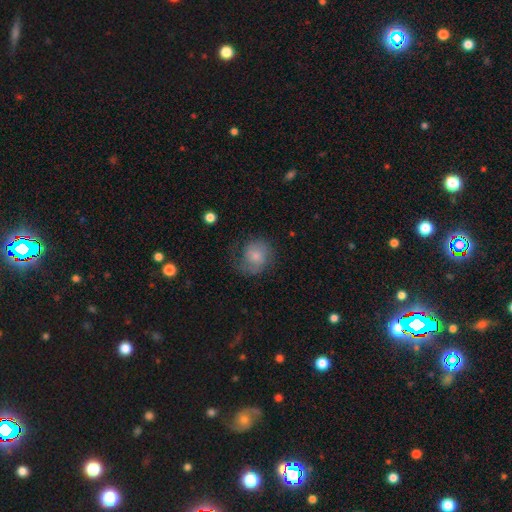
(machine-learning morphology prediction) A smooth galaxy with no disk features (59%) that is round (73%). Merging: none (48%).